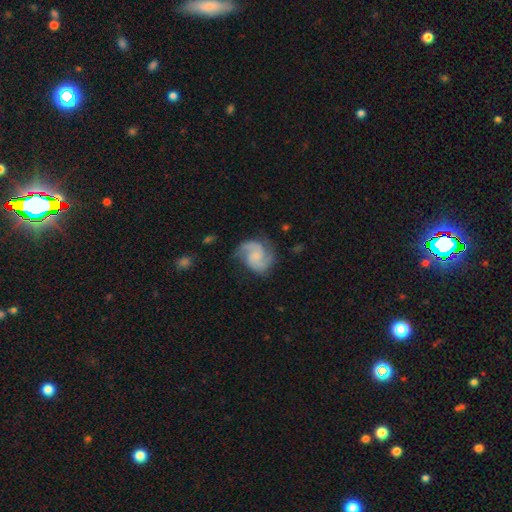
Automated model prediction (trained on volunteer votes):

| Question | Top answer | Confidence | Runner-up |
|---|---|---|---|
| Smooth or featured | featured or disk | 85% | smooth (10%) |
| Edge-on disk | no | 98% | yes (2%) |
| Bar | no | 61% | weak (33%) |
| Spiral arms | yes | 97% | no (3%) |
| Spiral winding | medium | 53% | tight (27%) |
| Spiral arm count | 2 | 83% | 3 (8%) |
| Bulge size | small | 47% | none (32%) |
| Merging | none | 71% | minor disturbance (19%) |